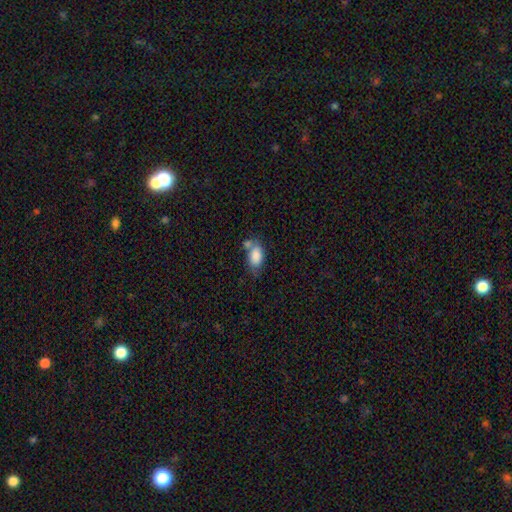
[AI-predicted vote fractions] The model was most divided on "merging": none: 39%, merger: 34%, minor disturbance: 19%, major disturbance: 8%. More confident: how rounded — in between (90%); smooth or featured — smooth (84%).